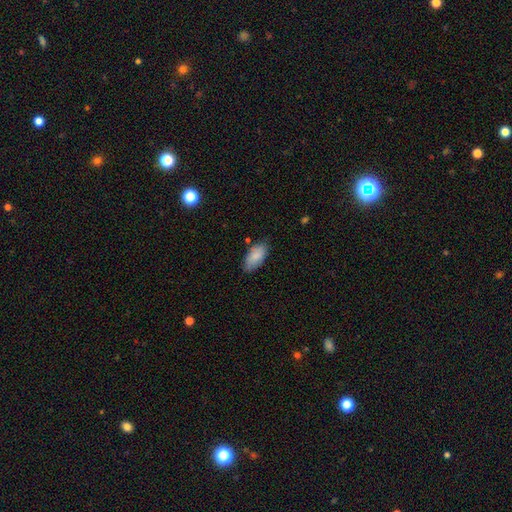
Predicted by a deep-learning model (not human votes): Smooth or featured: smooth — 86% (featured or disk — 8%)
How rounded: in between — 93% (cigar-shaped — 5%)
Merging: none — 77% (minor disturbance — 18%)